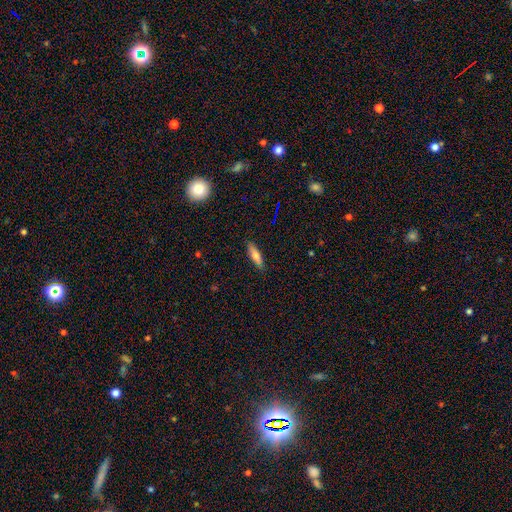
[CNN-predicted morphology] Smooth or featured? smooth (69%)
How rounded? cigar-shaped (53%)
Merging? none (86%)